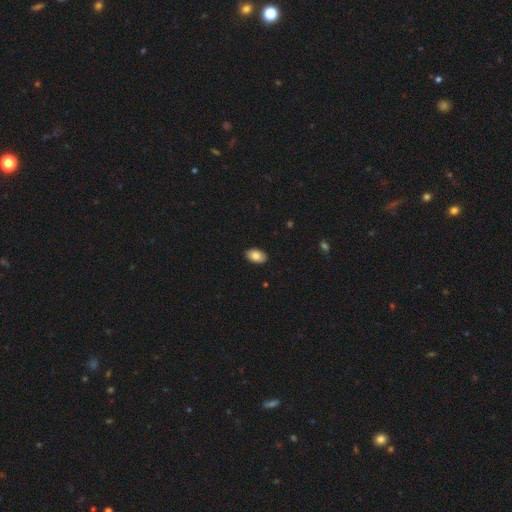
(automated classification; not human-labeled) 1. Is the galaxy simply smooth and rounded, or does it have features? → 83% smooth, 10% featured or disk, 7% star or artifact.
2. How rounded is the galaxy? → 92% in between, 6% round, 1% cigar-shaped.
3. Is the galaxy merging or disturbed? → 90% none, 8% minor disturbance, 2% major disturbance, 1% merger.